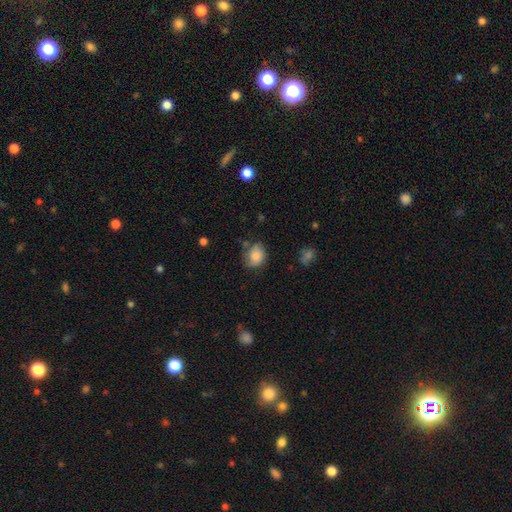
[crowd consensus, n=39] Q: Smooth or featured?
A: smooth (85%); runner-up: featured or disk (10%)
Q: How rounded?
A: round (64%); runner-up: in between (36%)
Q: Merging?
A: none (59%); runner-up: minor disturbance (27%)